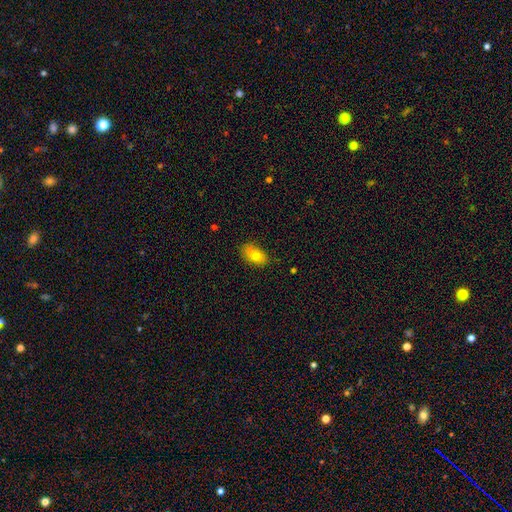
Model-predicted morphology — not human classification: Q: Smooth or featured?
A: smooth (79%); runner-up: featured or disk (13%)
Q: How rounded?
A: in between (88%); runner-up: round (10%)
Q: Merging?
A: none (77%); runner-up: minor disturbance (18%)